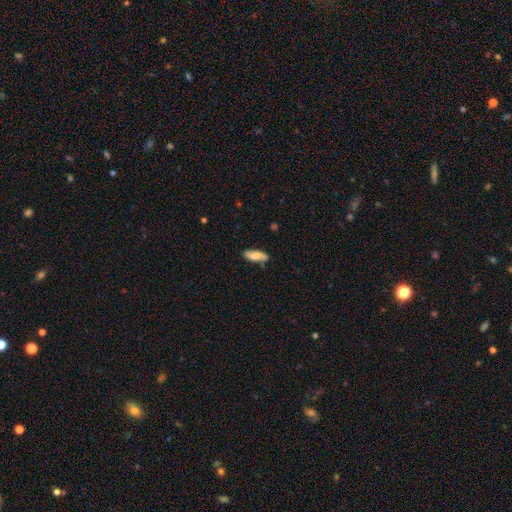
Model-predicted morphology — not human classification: Overall: smooth (64%; featured or disk 29%). How rounded: in between (71%). Merging: none (76%).